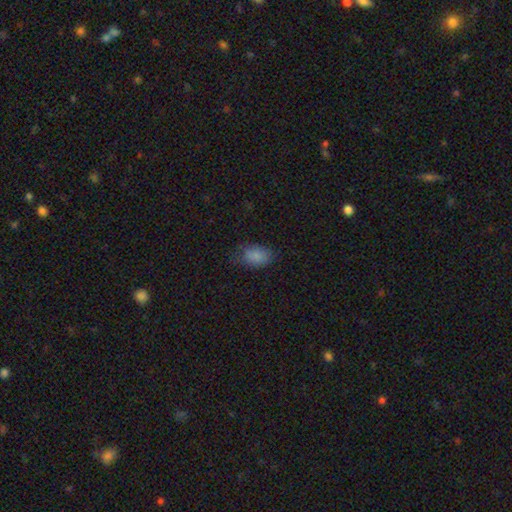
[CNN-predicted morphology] This appears to be a smooth galaxy with no disk features (84%) that is in between round and cigar-shaped (85%). Merging: none (64%).